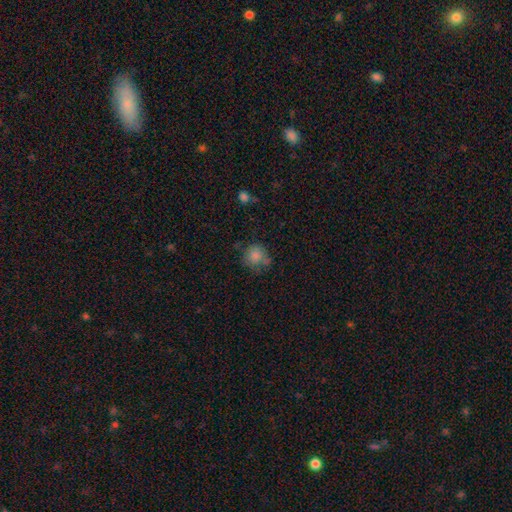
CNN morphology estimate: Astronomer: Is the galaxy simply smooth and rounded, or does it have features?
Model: smooth — 80%.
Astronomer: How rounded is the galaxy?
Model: round — 85%.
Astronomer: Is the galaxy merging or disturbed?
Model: none — 59%.